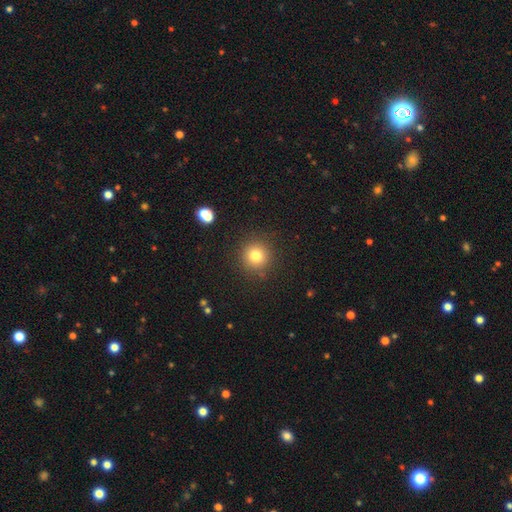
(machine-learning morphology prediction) smooth-or-featured: smooth: 79% | star or artifact: 13% | featured or disk: 7%
  how-rounded: round: 93% | in between: 6% | cigar-shaped: 1%
  merging: none: 89% | minor disturbance: 7% | major disturbance: 3% | merger: 2%